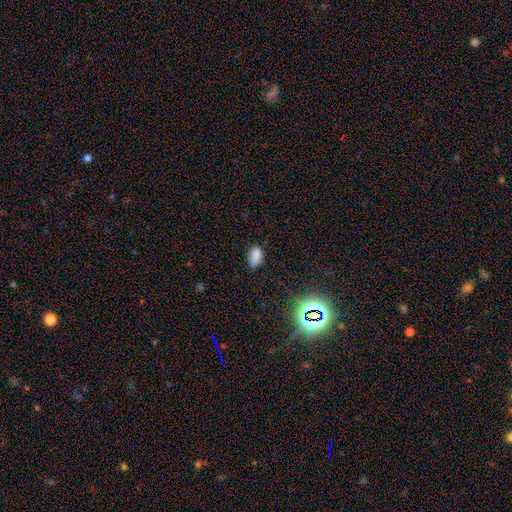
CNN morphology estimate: A smooth galaxy with no disk features (79%) that is in between round and cigar-shaped (91%). Merging: none (72%).